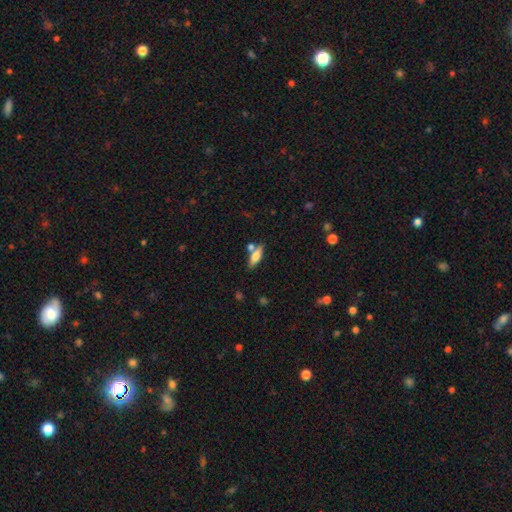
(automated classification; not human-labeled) smooth-or-featured: smooth: 65% | featured or disk: 28% | star or artifact: 7%
  how-rounded: in between: 54% | cigar-shaped: 43% | round: 3%
  merging: none: 67% | merger: 17% | minor disturbance: 13% | major disturbance: 4%